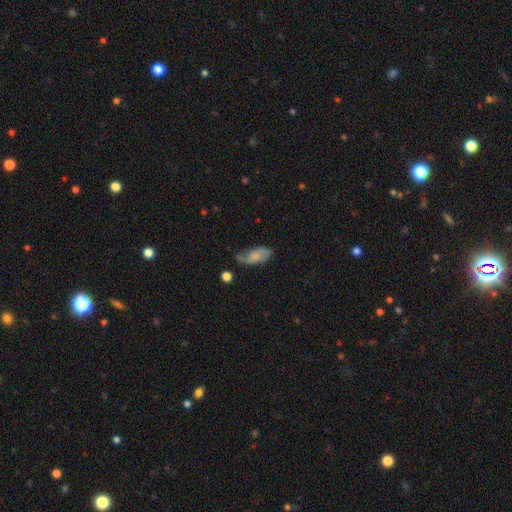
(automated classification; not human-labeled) The model was most divided on "smooth or featured": smooth: 50%, featured or disk: 42%, star or artifact: 8%. More confident: merging — none (56%).